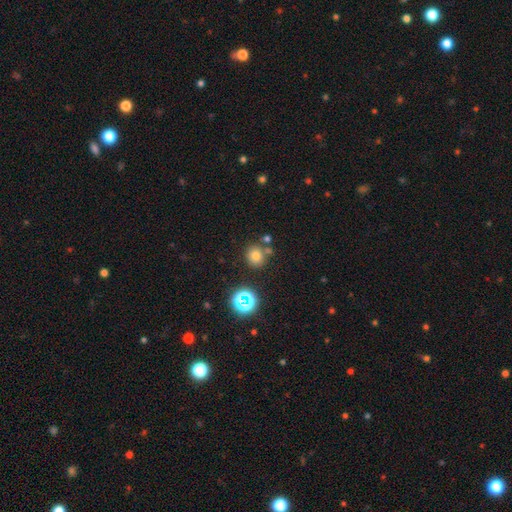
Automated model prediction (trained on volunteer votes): Smooth or featured? smooth (72%)
How rounded? round (86%)
Merging? none (75%)